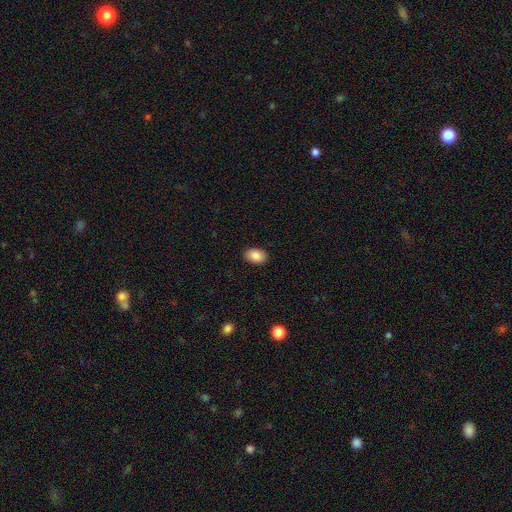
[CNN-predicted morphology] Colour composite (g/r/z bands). It shows a smooth galaxy with no disk features (88%) that is in between round and cigar-shaped (84%). Merging: none (88%).